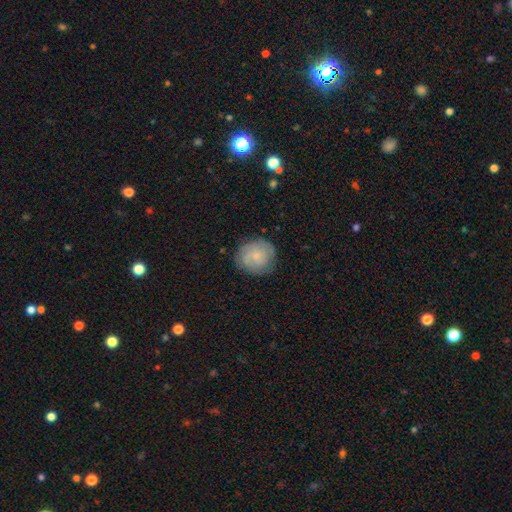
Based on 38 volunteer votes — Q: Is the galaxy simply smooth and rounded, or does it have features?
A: featured or disk — 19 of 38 (50%).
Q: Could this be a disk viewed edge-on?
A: no — 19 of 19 (100%).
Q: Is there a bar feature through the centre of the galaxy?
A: no — 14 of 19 (74%).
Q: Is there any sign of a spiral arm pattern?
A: yes — 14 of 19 (74%).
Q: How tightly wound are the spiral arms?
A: tight — 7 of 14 (50%).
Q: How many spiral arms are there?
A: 2 — 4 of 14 (29%, tied with can't tell).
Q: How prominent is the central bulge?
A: small — 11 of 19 (58%).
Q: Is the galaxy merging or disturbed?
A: none — 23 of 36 (64%).